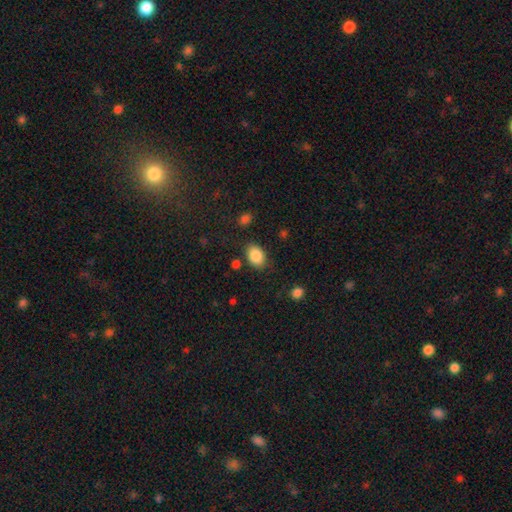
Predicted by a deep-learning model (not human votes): smooth-or-featured: smooth: 87% | star or artifact: 8% | featured or disk: 5%
  how-rounded: in between: 79% | round: 20% | cigar-shaped: 1%
  merging: none: 81% | minor disturbance: 13% | major disturbance: 4% | merger: 3%